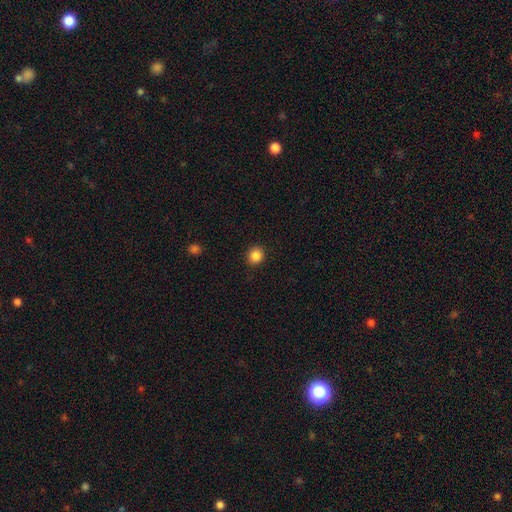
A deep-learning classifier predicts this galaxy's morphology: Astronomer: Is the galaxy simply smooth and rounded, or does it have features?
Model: smooth — 86%.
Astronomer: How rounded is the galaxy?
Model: round — 86%.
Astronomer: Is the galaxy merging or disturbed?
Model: none — 91%.